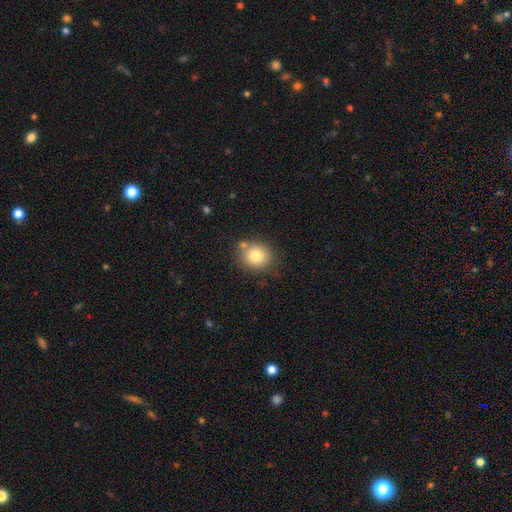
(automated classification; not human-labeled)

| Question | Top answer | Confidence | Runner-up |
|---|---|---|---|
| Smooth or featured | smooth | 79% | star or artifact (11%) |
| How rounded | round | 77% | in between (22%) |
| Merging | none | 75% | minor disturbance (13%) |